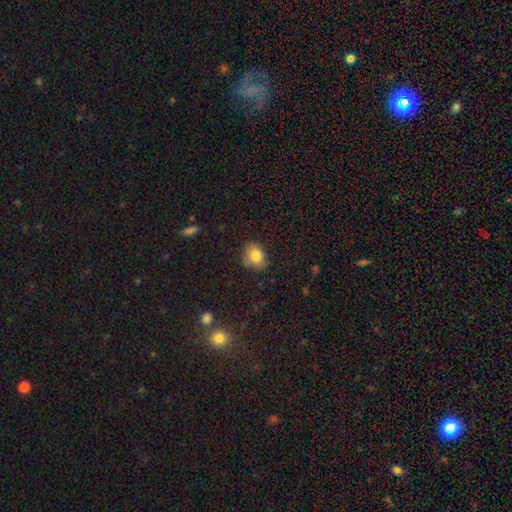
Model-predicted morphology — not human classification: Smooth or featured?
  - smooth: 81% *
  - star or artifact: 10%
  - featured or disk: 9%
How rounded?
  - in between: 59% *
  - round: 40%
  - cigar-shaped: 1%
Merging?
  - none: 72% *
  - minor disturbance: 21%
  - major disturbance: 4%
  - merger: 3%